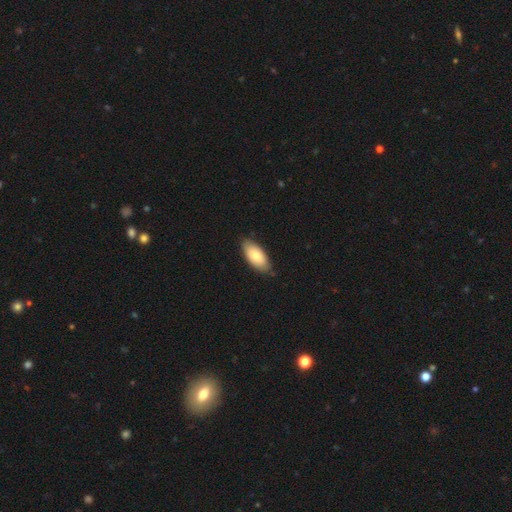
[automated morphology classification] This appears to be a smooth galaxy with no disk features (80%) that is in between round and cigar-shaped (91%). Merging: none (79%).